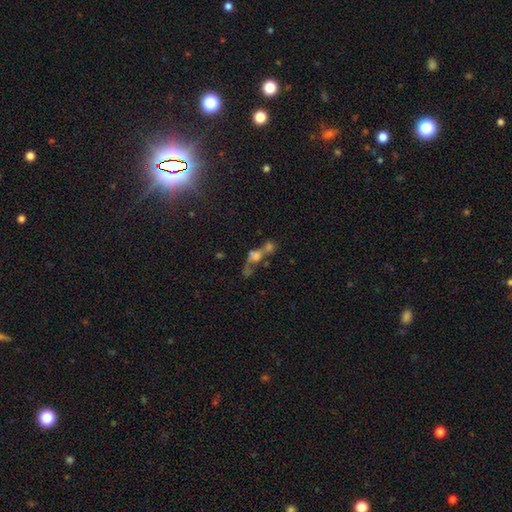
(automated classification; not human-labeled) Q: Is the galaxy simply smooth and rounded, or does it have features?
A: smooth — 50%.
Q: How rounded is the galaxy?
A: round — 51%.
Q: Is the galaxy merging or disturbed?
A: merger — 67%.